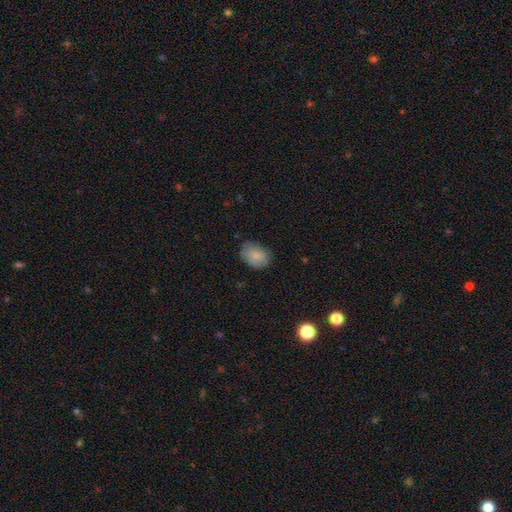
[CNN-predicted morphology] smooth 84%, featured or disk 9%, star or artifact 7%. Down the decision tree: how rounded — in between (77%); merging — none (70%).